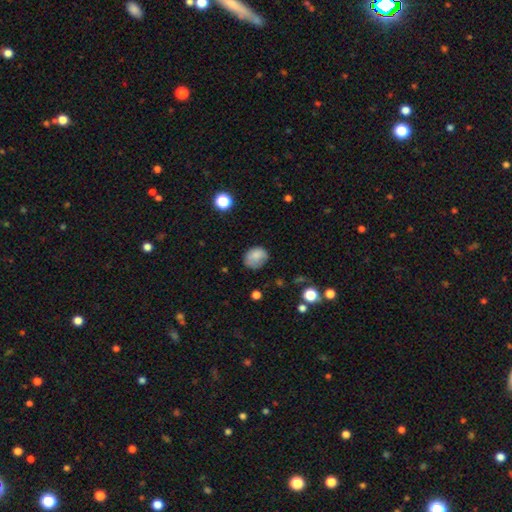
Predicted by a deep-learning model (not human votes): Smooth or featured: smooth — 81% (featured or disk — 9%)
How rounded: round — 53% (in between — 46%)
Merging: none — 64% (minor disturbance — 26%)